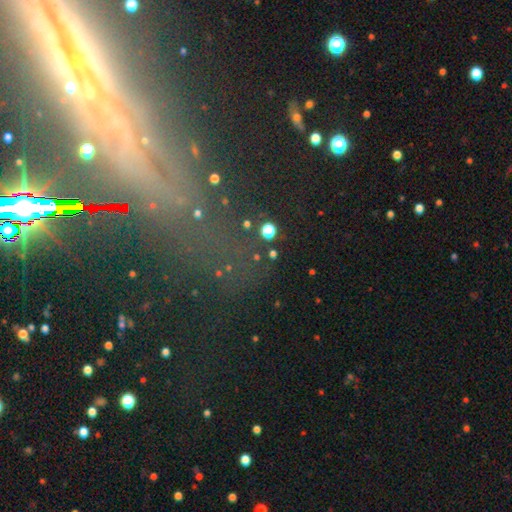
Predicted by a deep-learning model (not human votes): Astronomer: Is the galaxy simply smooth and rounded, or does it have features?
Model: star or artifact — 56%.